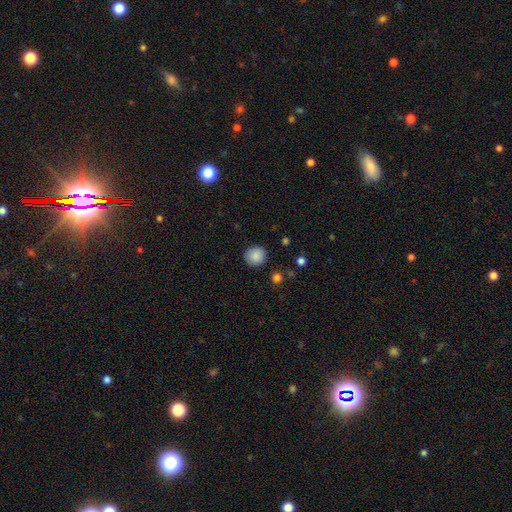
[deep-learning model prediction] Smooth or featured?
  - smooth: 88% *
  - star or artifact: 9%
  - featured or disk: 4%
How rounded?
  - round: 91% *
  - in between: 8%
  - cigar-shaped: 1%
Merging?
  - none: 90% *
  - minor disturbance: 7%
  - major disturbance: 2%
  - merger: 1%